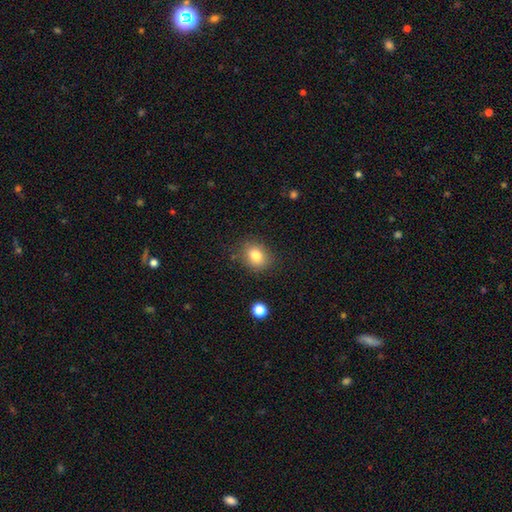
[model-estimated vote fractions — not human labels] Q: Smooth or featured?
A: smooth (81%); runner-up: star or artifact (11%)
Q: How rounded?
A: round (54%); runner-up: in between (45%)
Q: Merging?
A: none (82%); runner-up: minor disturbance (12%)